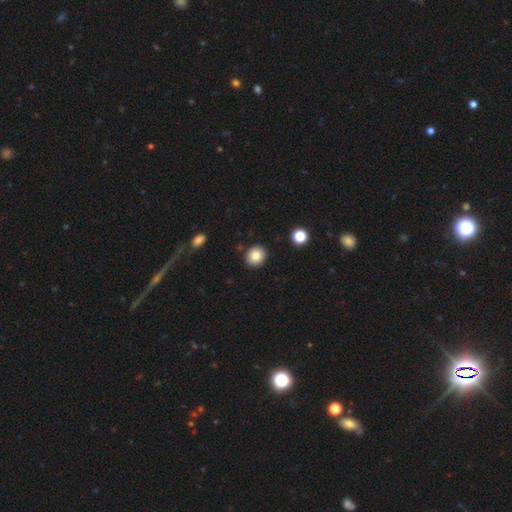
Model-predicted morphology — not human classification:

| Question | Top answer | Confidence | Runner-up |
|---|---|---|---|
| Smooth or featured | smooth | 84% | star or artifact (9%) |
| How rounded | round | 76% | in between (23%) |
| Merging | none | 89% | minor disturbance (7%) |